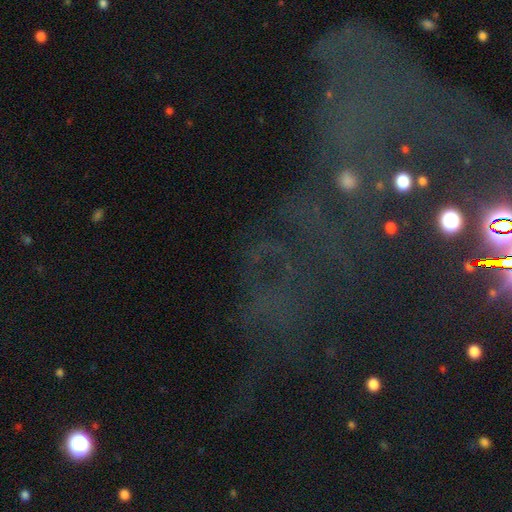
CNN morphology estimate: This is likely a star or artifact rather than a galaxy (67%).